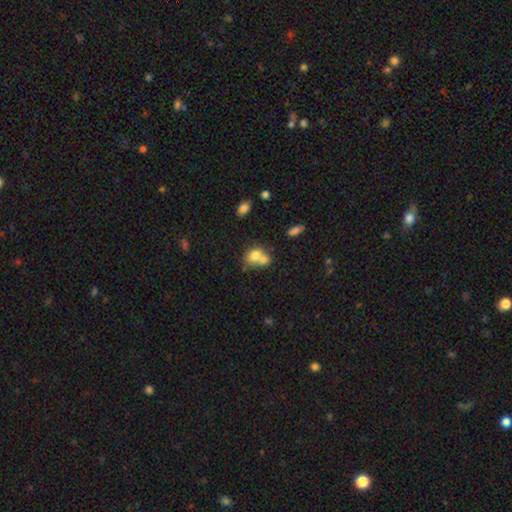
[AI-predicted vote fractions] Smooth or featured? Predicted: smooth (p=0.73). How rounded? Predicted: in between (p=0.55). Merging? Predicted: merger (p=0.64).